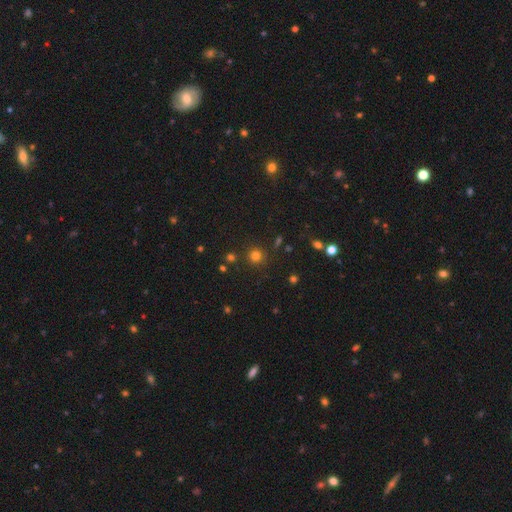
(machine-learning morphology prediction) smooth 77%, star or artifact 18%, featured or disk 5%. Down the decision tree: how rounded — round (93%); merging — none (86%).